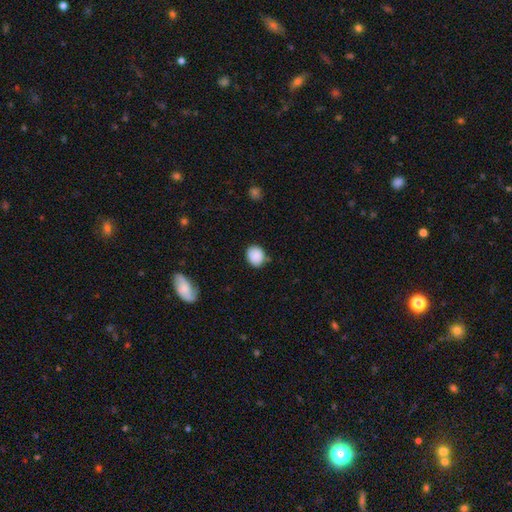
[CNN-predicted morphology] smooth 88%, star or artifact 8%, featured or disk 4%. Down the decision tree: how rounded — round (65%); merging — none (79%).